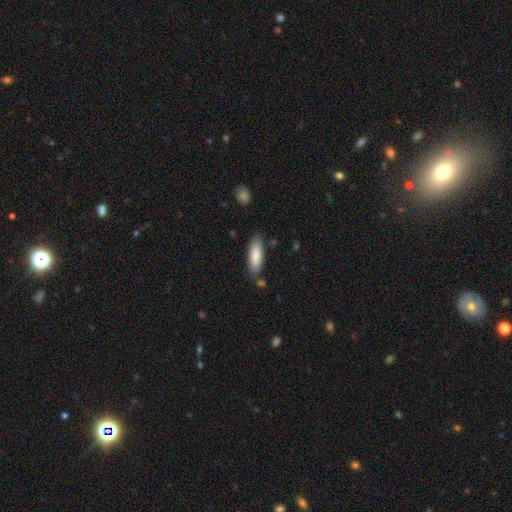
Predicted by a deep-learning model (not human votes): smooth_or_featured: smooth (p=0.85) [alt: featured or disk p=0.10]
how_rounded: in between (p=0.51) [alt: cigar-shaped p=0.48]
merging: none (p=0.79) [alt: minor disturbance p=0.14]